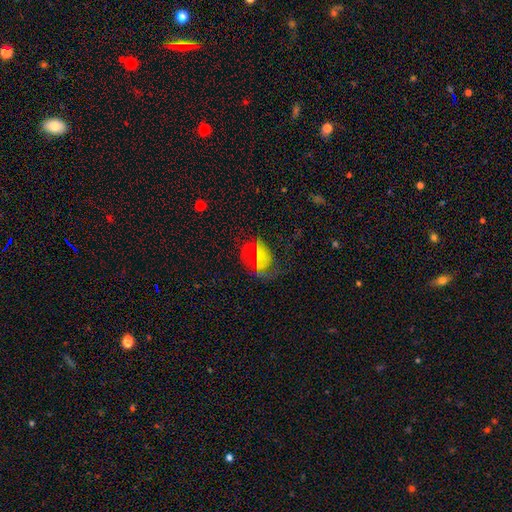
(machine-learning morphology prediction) Q: Smooth or featured?
A: featured or disk (53%); runner-up: smooth (33%)
Q: Edge-on disk?
A: no (96%); runner-up: yes (4%)
Q: Bar?
A: no (44%); runner-up: weak (42%)
Q: Spiral arms?
A: yes (70%); runner-up: no (30%)
Q: Bulge size?
A: small (57%); runner-up: moderate (26%)
Q: Merging?
A: none (44%); runner-up: major disturbance (31%)